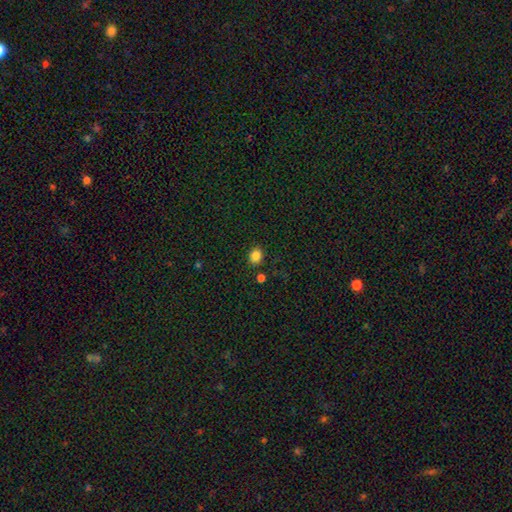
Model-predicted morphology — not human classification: Smooth or featured?
  - smooth: 84% *
  - star or artifact: 11%
  - featured or disk: 4%
How rounded?
  - round: 63% *
  - in between: 37%
  - cigar-shaped: 1%
Merging?
  - none: 84% *
  - minor disturbance: 9%
  - merger: 4%
  - major disturbance: 3%